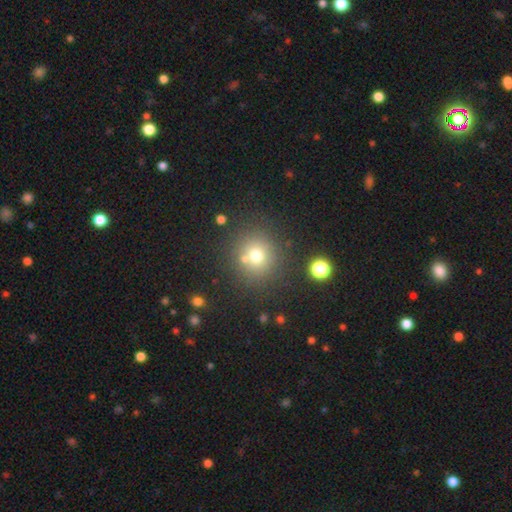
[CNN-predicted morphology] smooth 70%, star or artifact 19%, featured or disk 12%. Down the decision tree: how rounded — round (91%); merging — none (75%).